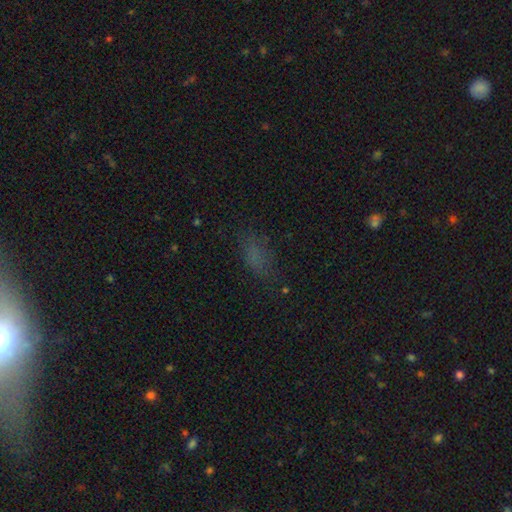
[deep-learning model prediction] A smooth galaxy with no disk features (68%) that is in between round and cigar-shaped (81%).

Vote fractions:
- Smooth or featured? smooth: 68% / star or artifact: 21% / featured or disk: 10%
- How rounded? in between: 81% / cigar-shaped: 12% / round: 6%
- Merging? none: 69% / minor disturbance: 19% / major disturbance: 10% / merger: 2%